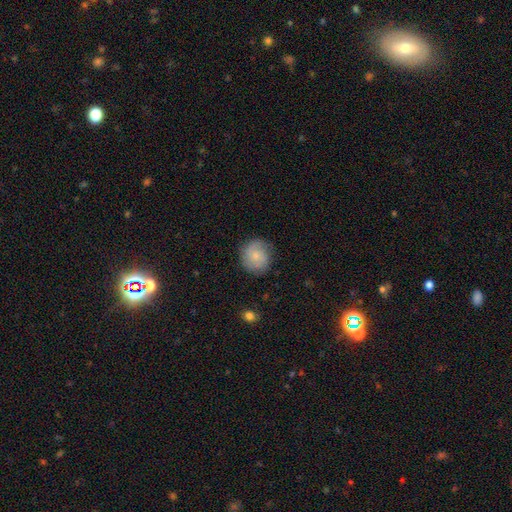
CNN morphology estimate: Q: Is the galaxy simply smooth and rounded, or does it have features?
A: smooth — 65%.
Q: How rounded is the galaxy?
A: round — 86%.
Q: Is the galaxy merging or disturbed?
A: none — 77%.